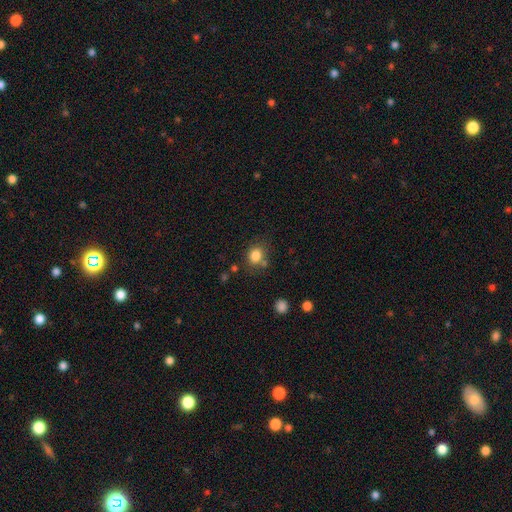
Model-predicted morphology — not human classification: Smooth or featured? Predicted: smooth (p=0.82). How rounded? Predicted: round (p=0.71). Merging? Predicted: none (p=0.68).